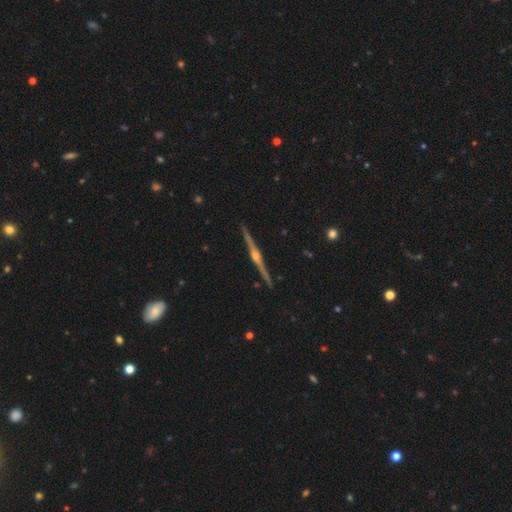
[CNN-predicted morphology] A featured or disk galaxy (89%) viewed edge-on (99%) with a rounded central bulge (93%).

Vote fractions:
- Smooth or featured? featured or disk: 89% / smooth: 6% / star or artifact: 5%
- Edge-on disk? yes: 99% / no: 1%
- Edge-on bulge? rounded: 93% / boxy: 4% / none: 3%
- Merging? none: 92% / minor disturbance: 6% / major disturbance: 1% / merger: 1%